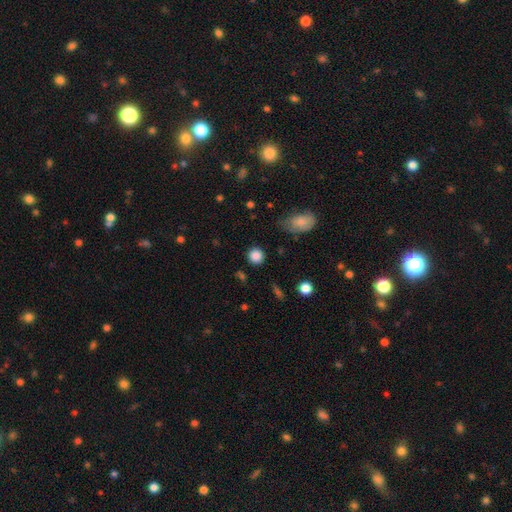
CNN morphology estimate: A smooth galaxy with no disk features (86%) that is round (90%).

Vote fractions:
- Smooth or featured? smooth: 86% / star or artifact: 10% / featured or disk: 4%
- How rounded? round: 90% / in between: 8% / cigar-shaped: 1%
- Merging? none: 86% / minor disturbance: 9% / major disturbance: 3% / merger: 2%